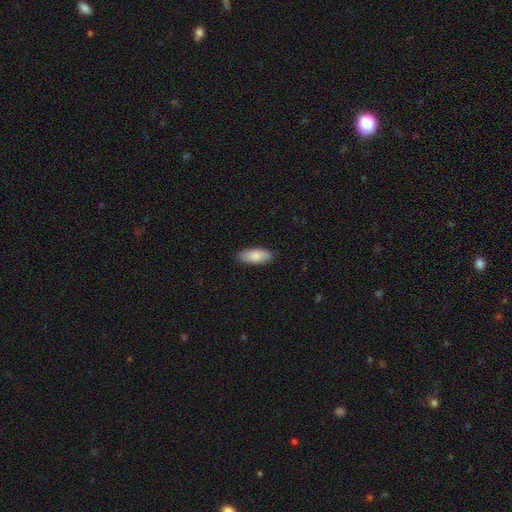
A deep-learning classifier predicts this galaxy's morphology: smooth 86%, featured or disk 9%, star or artifact 6%. Down the decision tree: how rounded — in between (84%); merging — none (87%).